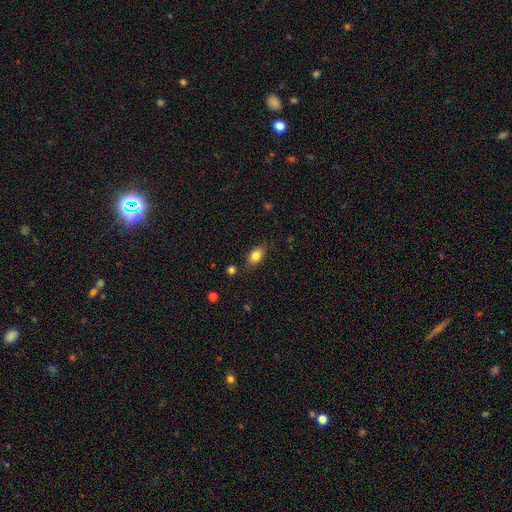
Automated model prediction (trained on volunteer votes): A smooth galaxy with no disk features (83%) that is in between round and cigar-shaped (82%). Merging: none (81%).